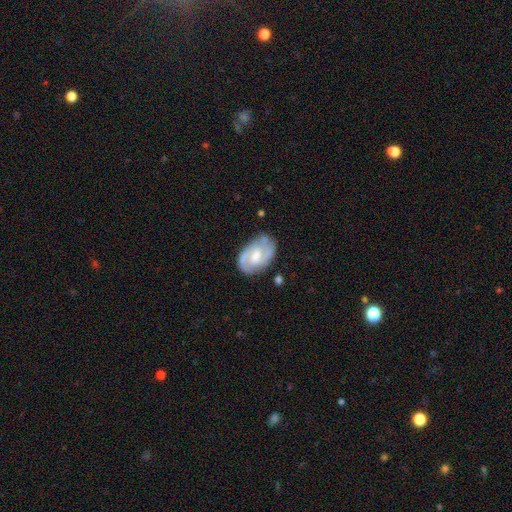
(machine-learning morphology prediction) This is likely a featured or disk galaxy (74%). It is clearly not viewed edge-on (97%). Bar: possibly weak (54%). Spiral arm pattern: clearly yes (89%). Spiral arm count: likely 2 (70%). Spiral winding: possibly medium (47%). Central bulge: possibly moderate (53%). Merging: likely none (69%).